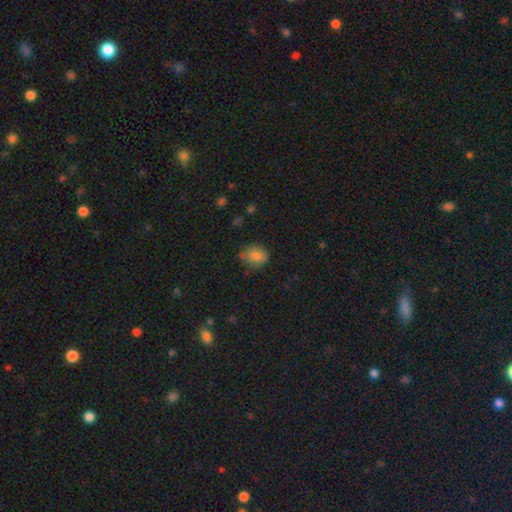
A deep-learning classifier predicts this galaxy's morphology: A smooth galaxy with no disk features (79%) that is round (52%).

Vote fractions:
- Smooth or featured? smooth: 79% / star or artifact: 10% / featured or disk: 10%
- How rounded? round: 52% / in between: 47% / cigar-shaped: 1%
- Merging? none: 65% / minor disturbance: 26% / major disturbance: 6% / merger: 3%